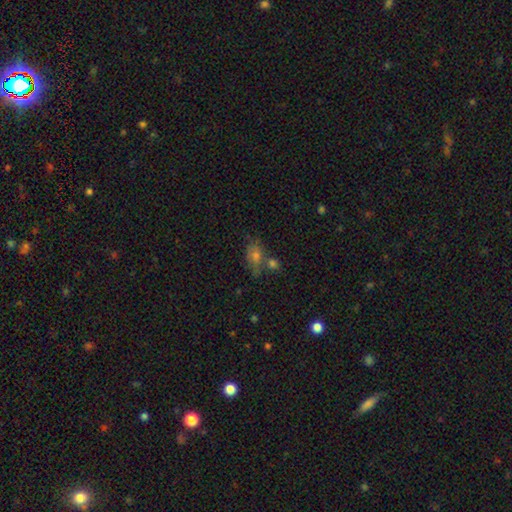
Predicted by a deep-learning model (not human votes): Smooth or featured? Predicted: smooth (p=0.61). How rounded? Predicted: in between (p=0.72). Merging? Predicted: none (p=0.53).